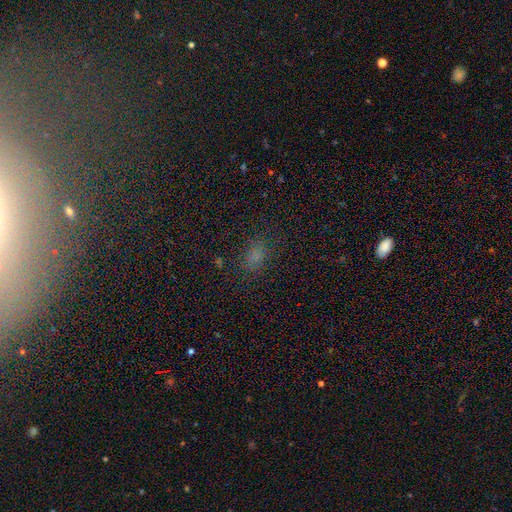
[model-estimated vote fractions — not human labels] Morphology: type=smooth (71%); roundness=in between (79%); merging=none (78%).